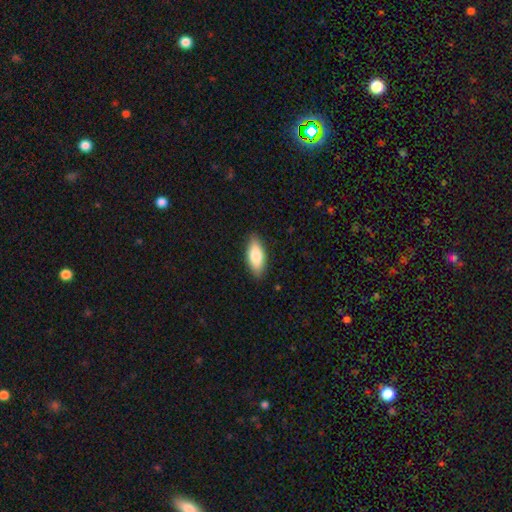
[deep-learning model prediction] Morphology: type=smooth (81%); roundness=in between (79%); merging=none (87%).